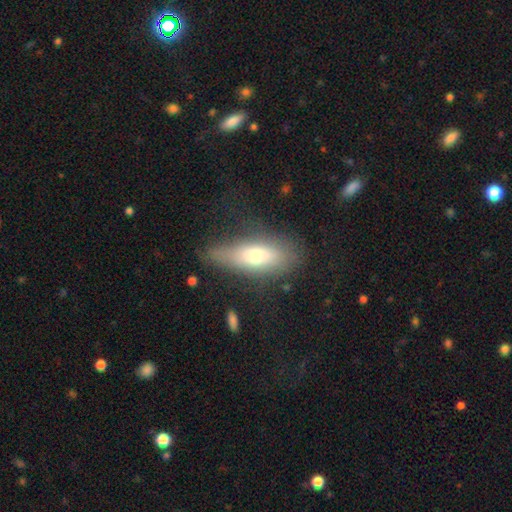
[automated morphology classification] Q: Smooth or featured?
A: smooth (65%); runner-up: featured or disk (28%)
Q: How rounded?
A: in between (66%); runner-up: cigar-shaped (31%)
Q: Merging?
A: none (58%); runner-up: minor disturbance (26%)